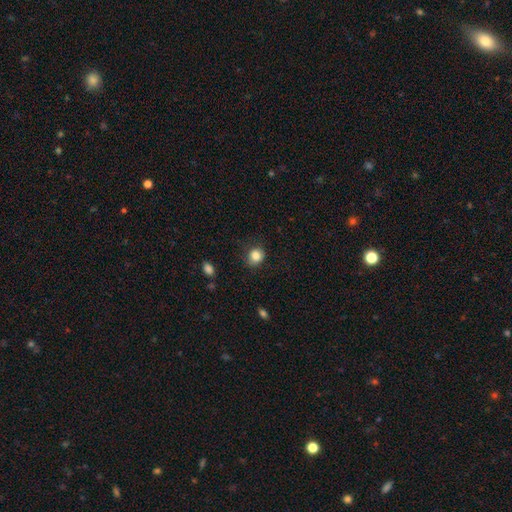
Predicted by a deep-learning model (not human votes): The model was most divided on "how rounded": round: 72%, in between: 28%, cigar-shaped: 1%. More confident: smooth or featured — smooth (85%); merging — none (74%).